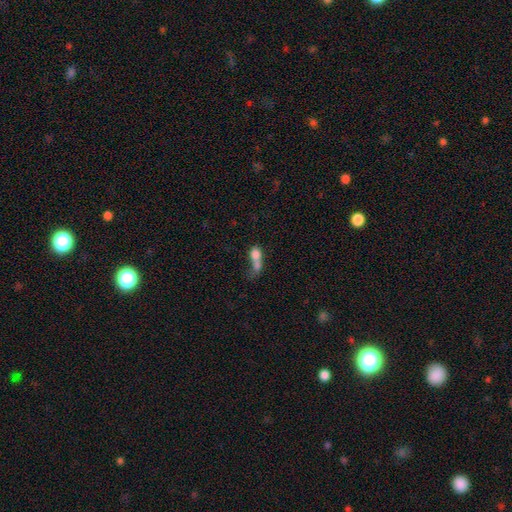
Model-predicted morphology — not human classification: A smooth galaxy with no disk features (71%) that is in between round and cigar-shaped (56%). Merging: merger (66%).